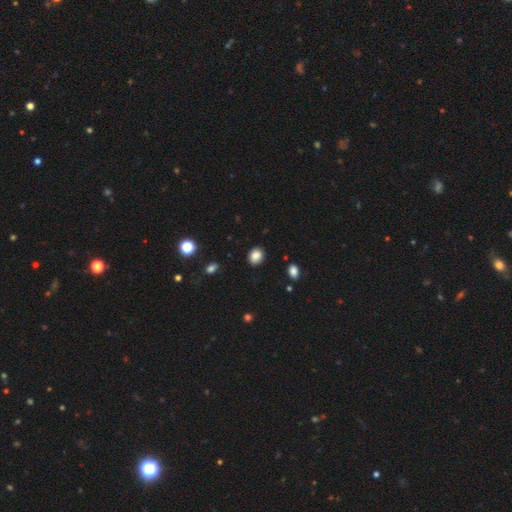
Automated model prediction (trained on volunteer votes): A smooth galaxy with no disk features (86%) that is round (55%).

Vote fractions:
- Smooth or featured? smooth: 86% / star or artifact: 10% / featured or disk: 5%
- How rounded? round: 55% / in between: 44% / cigar-shaped: 1%
- Merging? none: 89% / minor disturbance: 8% / major disturbance: 2% / merger: 1%